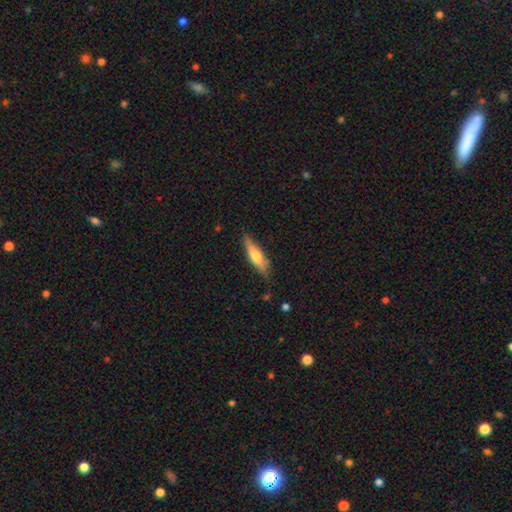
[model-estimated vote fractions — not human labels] Overall: featured or disk (48%; smooth 46%). Merging: none (77%).